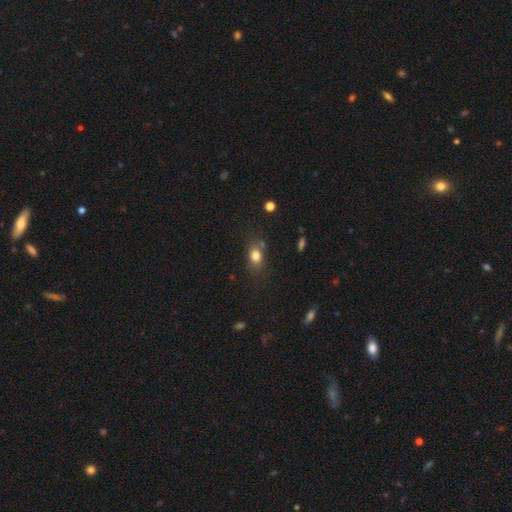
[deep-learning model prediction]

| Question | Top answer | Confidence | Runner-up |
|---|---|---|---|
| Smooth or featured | smooth | 79% | star or artifact (12%) |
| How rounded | in between | 61% | round (36%) |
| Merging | none | 69% | minor disturbance (18%) |